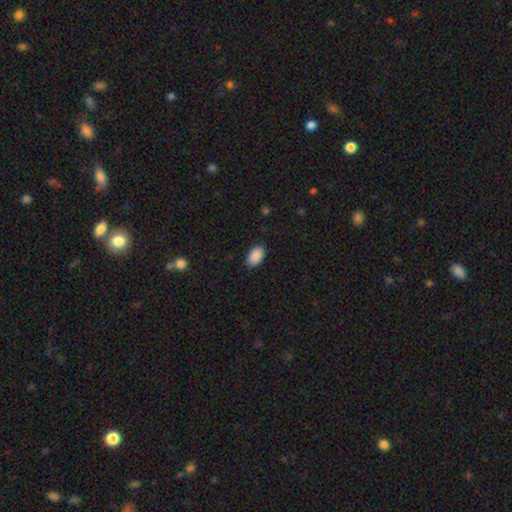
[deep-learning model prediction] smooth-or-featured: smooth: 90% | star or artifact: 7% | featured or disk: 3%
  how-rounded: in between: 94% | round: 4% | cigar-shaped: 1%
  merging: none: 85% | minor disturbance: 12% | major disturbance: 2% | merger: 1%